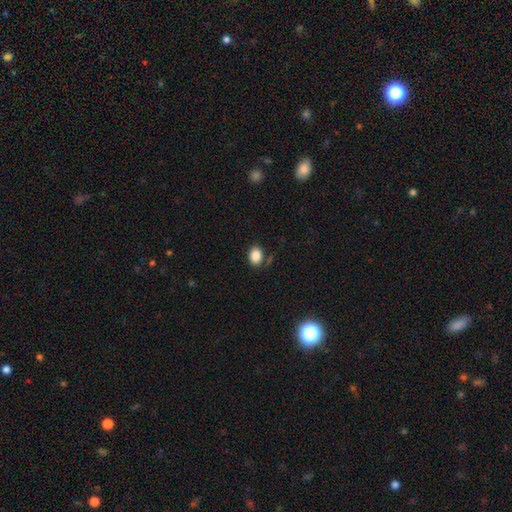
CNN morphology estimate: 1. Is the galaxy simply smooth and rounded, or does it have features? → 86% smooth, 10% star or artifact, 4% featured or disk.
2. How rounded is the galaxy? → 68% in between, 31% round, 1% cigar-shaped.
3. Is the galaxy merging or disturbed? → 80% none, 12% minor disturbance, 4% merger, 4% major disturbance.